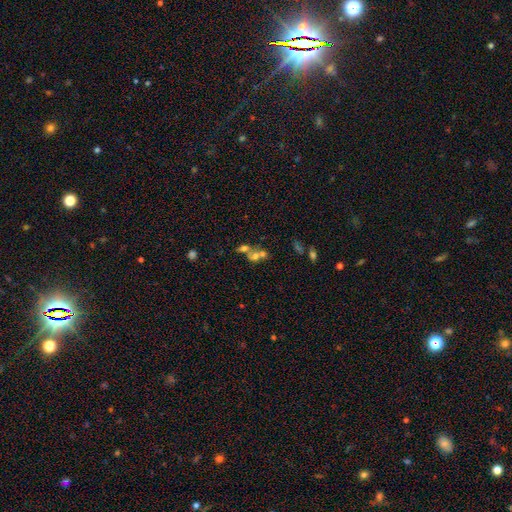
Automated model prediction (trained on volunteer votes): Morphology: type=smooth (51%); roundness=round (57%); merging=merger (60%).